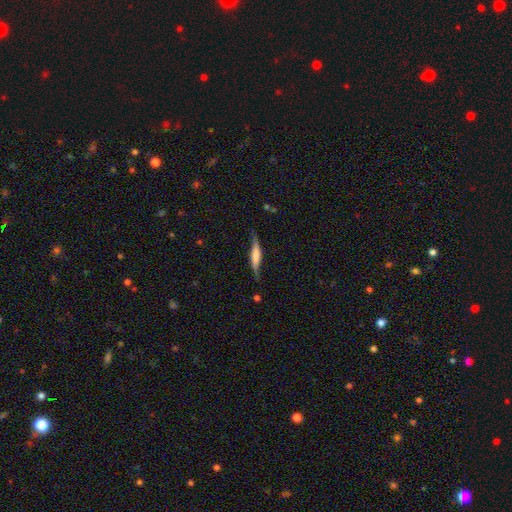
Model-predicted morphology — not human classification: A featured or disk galaxy (48%).

Vote fractions:
- Smooth or featured? featured or disk: 48% / smooth: 46% / star or artifact: 6%
- Merging? none: 71% / minor disturbance: 22% / major disturbance: 5% / merger: 2%